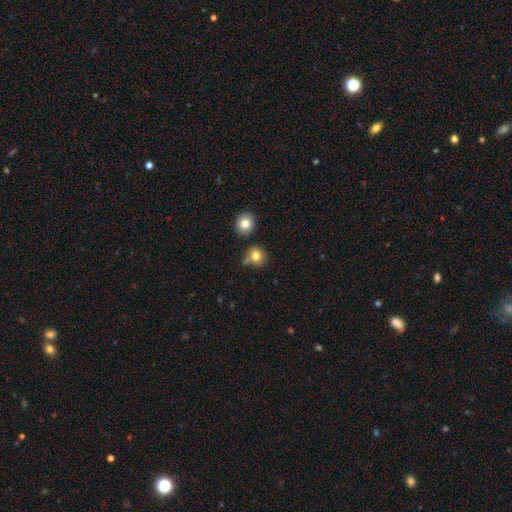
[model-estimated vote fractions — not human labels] This is clearly a smooth galaxy (81%). How rounded: clearly round (83%). Merging: likely none (69%).